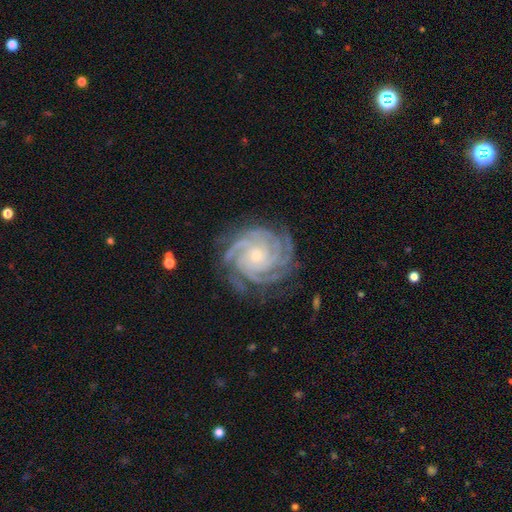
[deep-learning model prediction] Smooth or featured: featured or disk — 91% (star or artifact — 5%)
Edge-on disk: no — 98% (yes — 2%)
Bar: no — 75% (weak — 18%)
Spiral arms: yes — 99% (no — 1%)
Spiral winding: tight — 81% (medium — 17%)
Spiral arm count: 4 — 39% (more than 4 — 21%)
Bulge size: small — 73% (moderate — 23%)
Merging: none — 80% (minor disturbance — 15%)